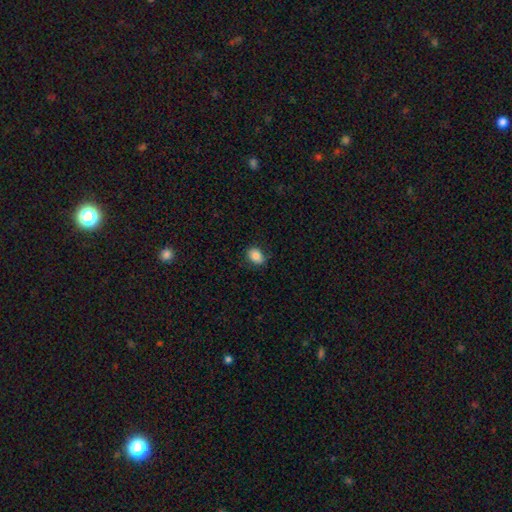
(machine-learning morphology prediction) Smooth or featured: smooth — 85% (star or artifact — 9%)
How rounded: in between — 67% (round — 32%)
Merging: none — 79% (minor disturbance — 17%)